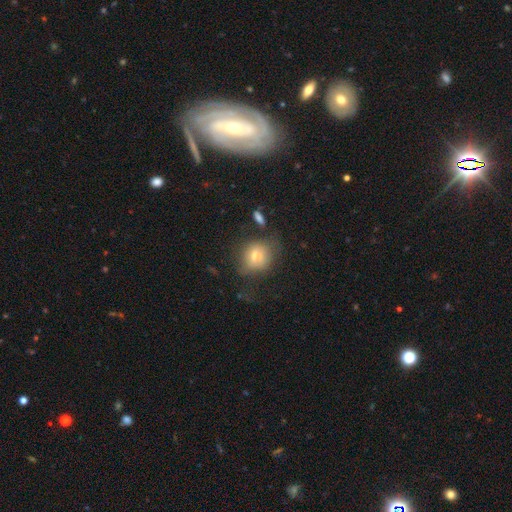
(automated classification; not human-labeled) Smooth or featured? Predicted: smooth (p=0.67). How rounded? Predicted: round (p=0.66). Merging? Predicted: none (p=0.56).